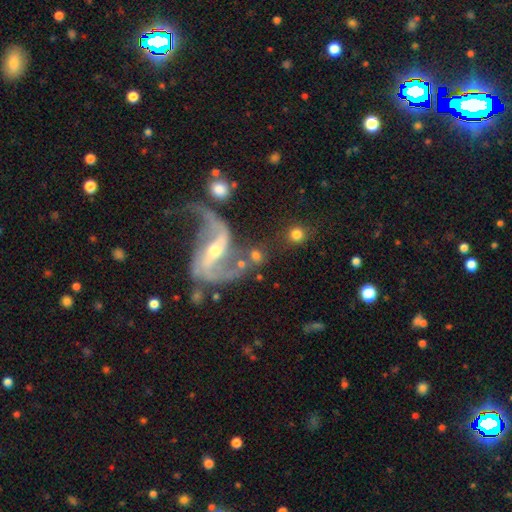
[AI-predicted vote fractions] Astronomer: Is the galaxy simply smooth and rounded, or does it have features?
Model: featured or disk — 57% (runner-up: smooth, 32%).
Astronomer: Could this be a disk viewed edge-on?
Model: no — 93%.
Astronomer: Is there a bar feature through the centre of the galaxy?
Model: strong — 36% (runner-up: weak, 35%).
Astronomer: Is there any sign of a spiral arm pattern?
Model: yes — 81%.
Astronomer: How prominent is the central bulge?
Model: moderate — 53% (runner-up: small, 34%).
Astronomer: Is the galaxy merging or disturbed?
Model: none — 57%.